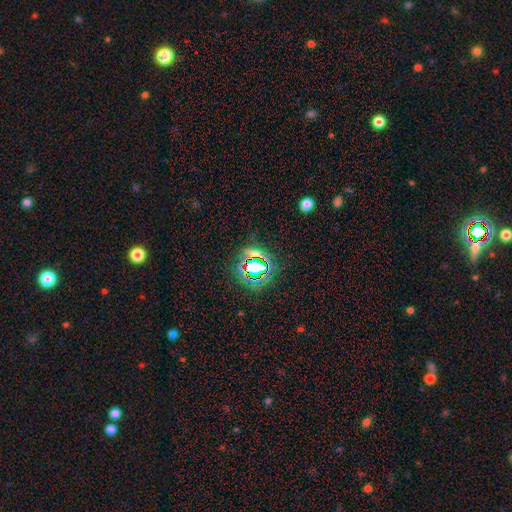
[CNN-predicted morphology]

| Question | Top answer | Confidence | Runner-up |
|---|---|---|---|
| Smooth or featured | star or artifact | 67% | smooth (23%) |